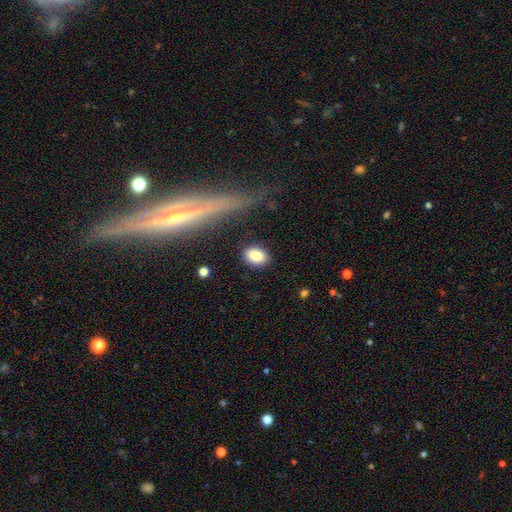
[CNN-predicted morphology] This is clearly a smooth galaxy (83%). How rounded: likely in between (66%). Merging: clearly none (85%).